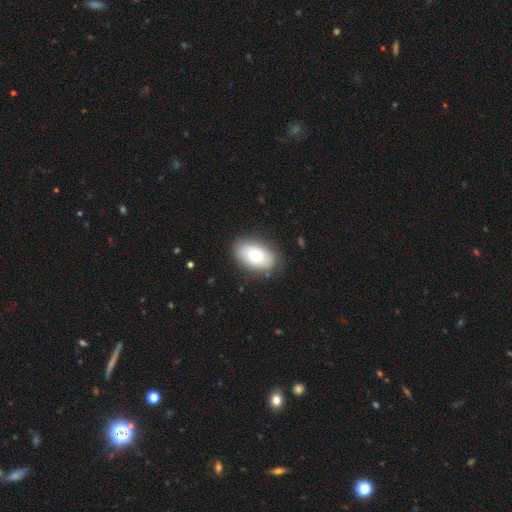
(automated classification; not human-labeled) Smooth or featured? smooth (66%)
How rounded? in between (89%)
Merging? none (84%)